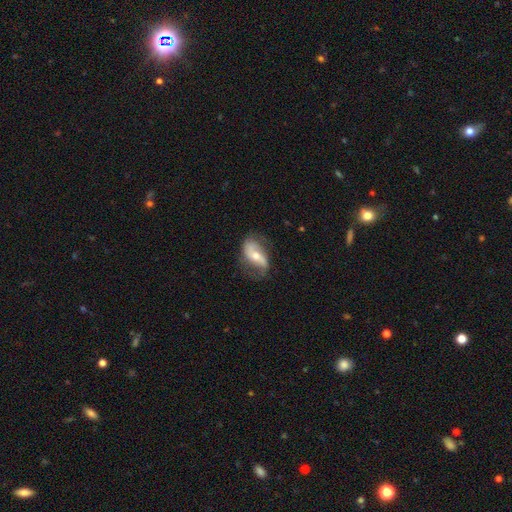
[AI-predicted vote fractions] Smooth or featured? featured or disk (71%)
Edge-on disk? no (93%)
Bar? no (38%)
Spiral arms? yes (87%)
Spiral winding? loose (67%)
Spiral arm count? 2 (86%)
Bulge size? moderate (57%)
Merging? none (64%)